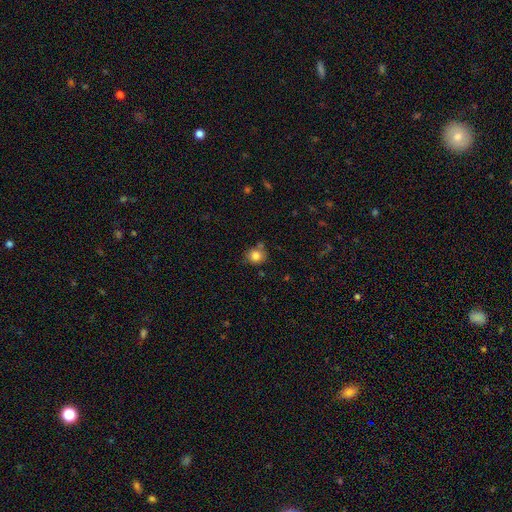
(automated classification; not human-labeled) Q: Smooth or featured?
A: smooth (82%); runner-up: star or artifact (11%)
Q: How rounded?
A: round (82%); runner-up: in between (17%)
Q: Merging?
A: none (68%); runner-up: minor disturbance (18%)